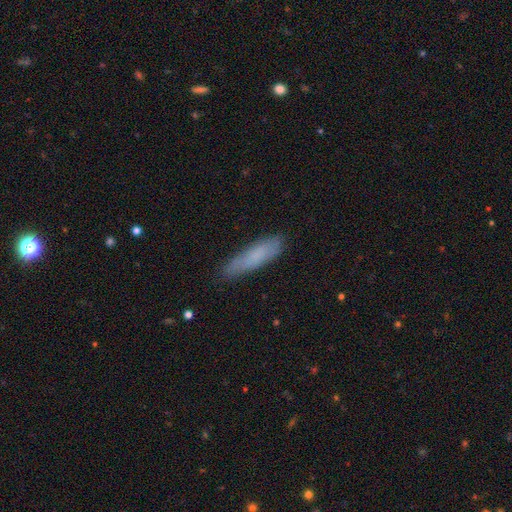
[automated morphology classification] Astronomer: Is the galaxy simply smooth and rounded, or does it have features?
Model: smooth — 77%.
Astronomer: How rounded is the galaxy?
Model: cigar-shaped — 75%.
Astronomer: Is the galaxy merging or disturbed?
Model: none — 82%.